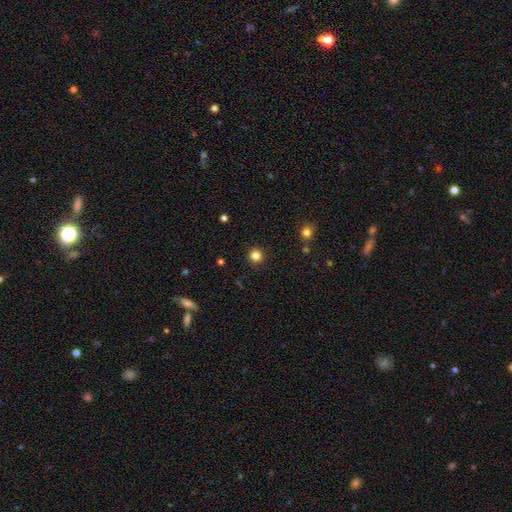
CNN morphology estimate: Overall: smooth (82%). How rounded: round (94%). Merging: none (92%).